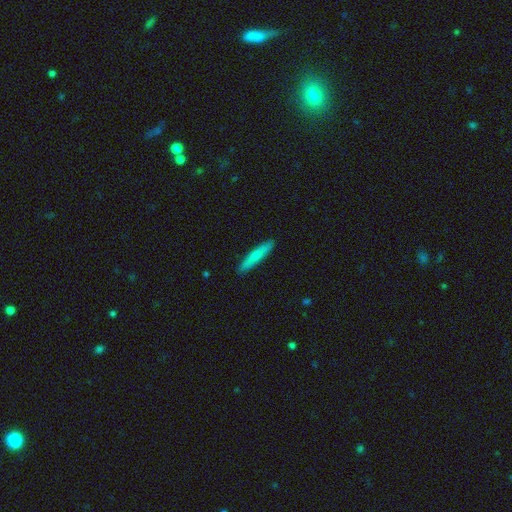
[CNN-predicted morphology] This is likely a smooth galaxy (67%). How rounded: clearly cigar-shaped (90%). Merging: clearly none (90%).